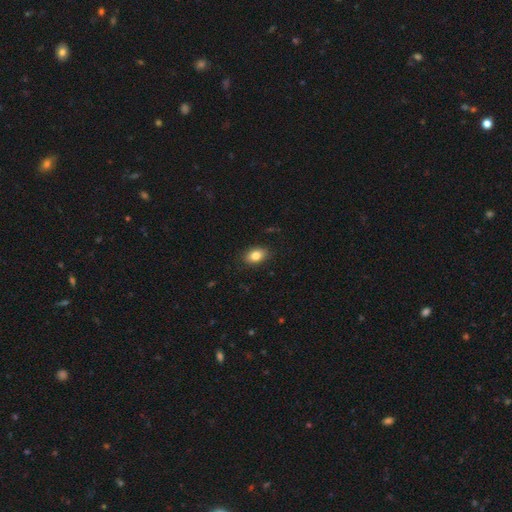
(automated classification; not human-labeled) Q: Smooth or featured?
A: smooth (82%); runner-up: featured or disk (10%)
Q: How rounded?
A: in between (85%); runner-up: round (14%)
Q: Merging?
A: none (87%); runner-up: minor disturbance (10%)